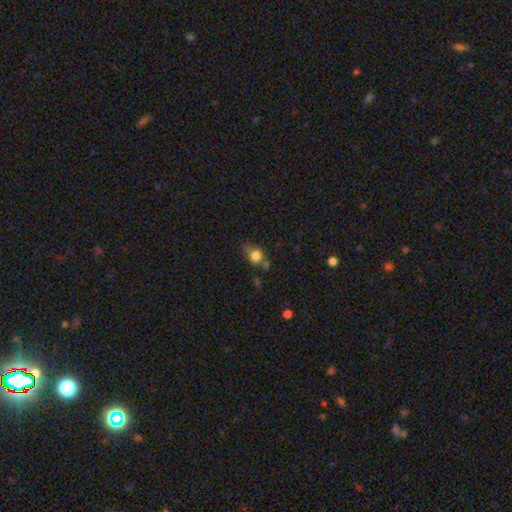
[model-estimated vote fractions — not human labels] The model was most divided on "merging": none: 49%, minor disturbance: 29%, major disturbance: 12%, merger: 11%. More confident: smooth or featured — smooth (79%); how rounded — round (65%).